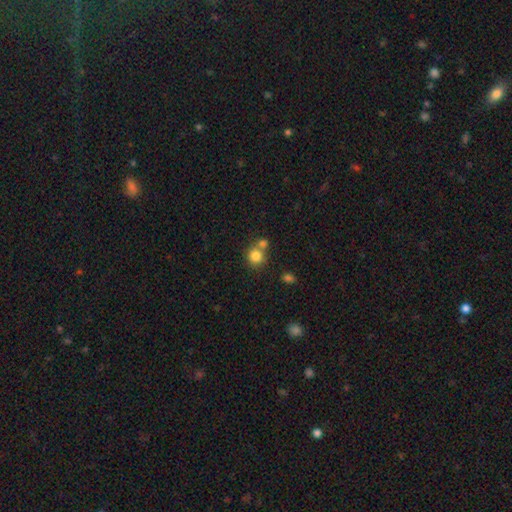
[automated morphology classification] This is clearly a smooth galaxy (82%). How rounded: clearly round (88%). Merging: possibly none (57%).